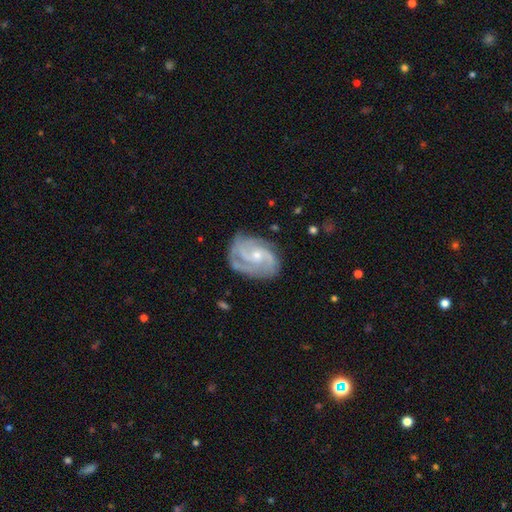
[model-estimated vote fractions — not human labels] Smooth or featured? featured or disk (87%)
Edge-on disk? no (98%)
Bar? no (63%)
Spiral arms? yes (97%)
Spiral winding? medium (46%)
Spiral arm count? 2 (43%)
Bulge size? small (64%)
Merging? none (70%)